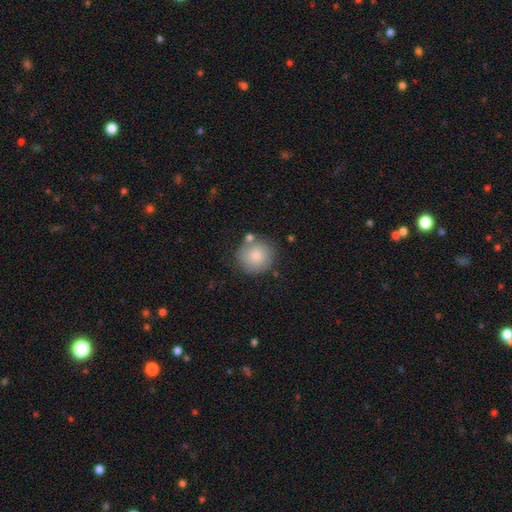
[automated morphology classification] This appears to be a smooth galaxy with no disk features (77%) that is round (93%). Merging: none (74%).